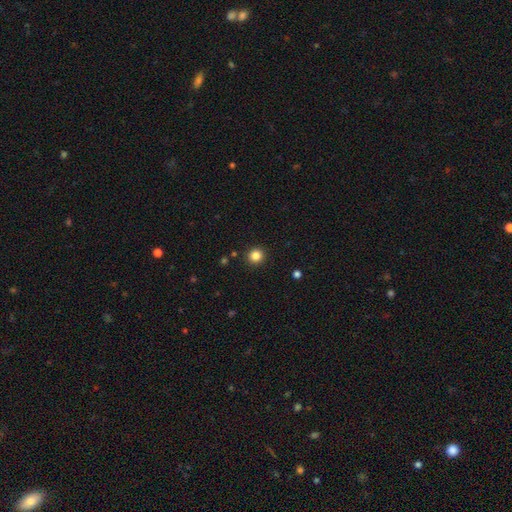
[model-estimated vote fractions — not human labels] smooth 84%, star or artifact 12%, featured or disk 4%. Down the decision tree: how rounded — round (93%); merging — none (92%).